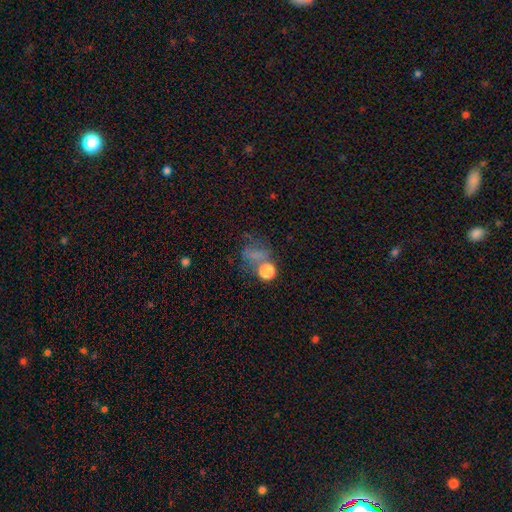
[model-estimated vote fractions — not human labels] smooth_or_featured: smooth (p=0.58) [alt: star or artifact p=0.28]
how_rounded: round (p=0.63) [alt: in between p=0.35]
merging: none (p=0.45) [alt: major disturbance p=0.22]